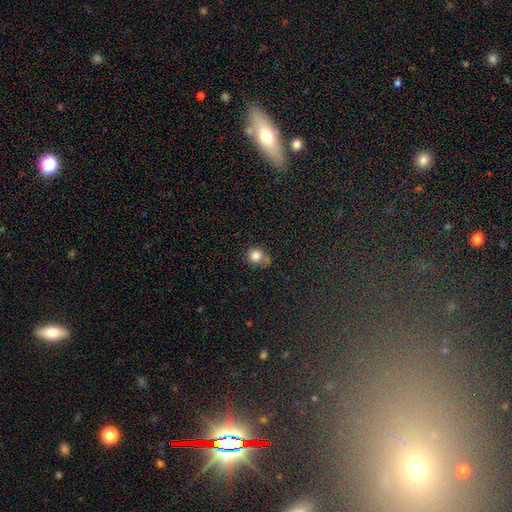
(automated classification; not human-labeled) A smooth galaxy with no disk features (84%) that is round (91%).

Vote fractions:
- Smooth or featured? smooth: 84% / star or artifact: 11% / featured or disk: 5%
- How rounded? round: 91% / in between: 9% / cigar-shaped: 1%
- Merging? none: 64% / minor disturbance: 20% / merger: 11% / major disturbance: 5%